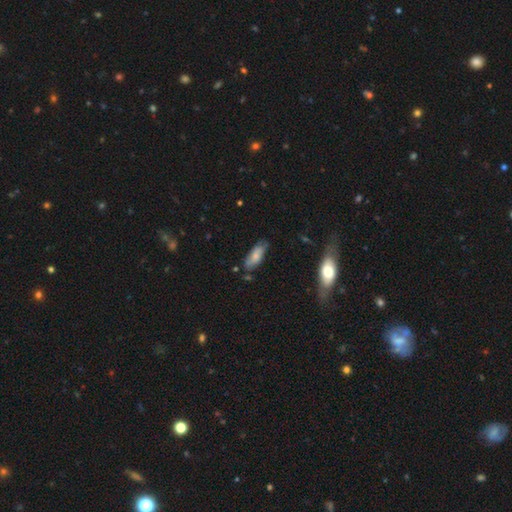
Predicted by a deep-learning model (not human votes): Smooth or featured: smooth — 67% (featured or disk — 26%)
How rounded: in between — 71% (cigar-shaped — 27%)
Merging: none — 68% (minor disturbance — 23%)